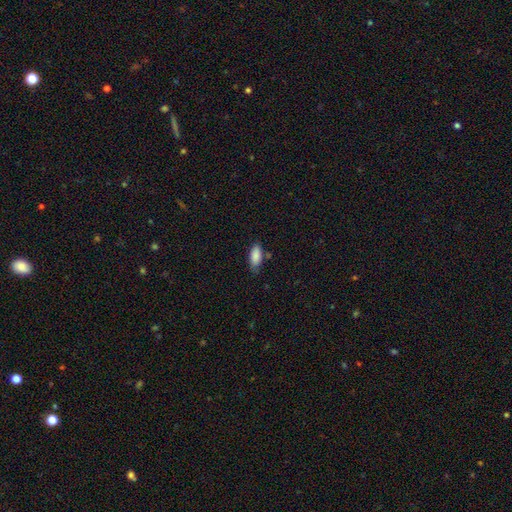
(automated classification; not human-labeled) The model was most divided on "merging": none: 68%, minor disturbance: 24%, major disturbance: 4%, merger: 4%. More confident: smooth or featured — smooth (88%); how rounded — in between (86%).